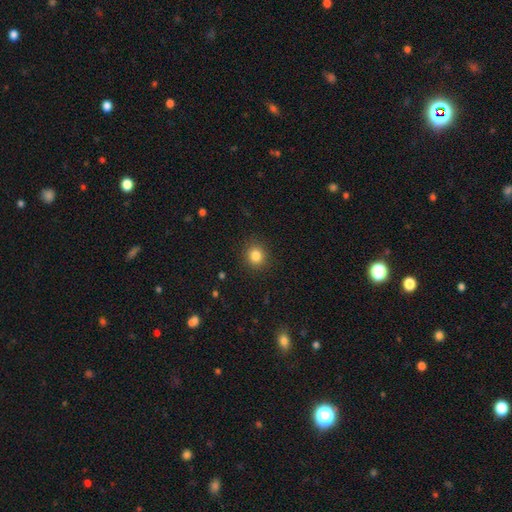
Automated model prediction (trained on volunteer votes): smooth_or_featured: smooth (p=0.83) [alt: star or artifact p=0.11]
how_rounded: round (p=0.84) [alt: in between p=0.15]
merging: none (p=0.90) [alt: minor disturbance p=0.07]